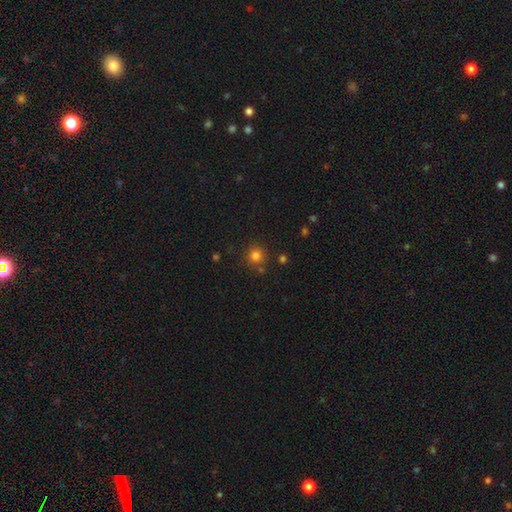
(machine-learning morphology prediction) Smooth or featured: smooth — 79% (star or artifact — 15%)
How rounded: round — 92% (in between — 7%)
Merging: none — 81% (minor disturbance — 9%)